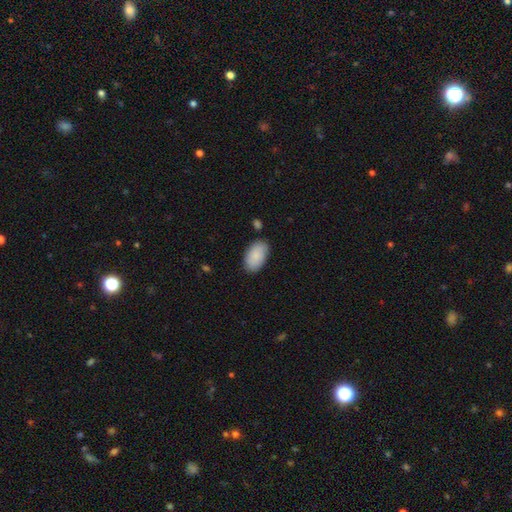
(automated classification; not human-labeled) The model was most divided on "merging": none: 82%, minor disturbance: 13%, major disturbance: 3%, merger: 2%. More confident: how rounded — in between (95%); smooth or featured — smooth (87%).